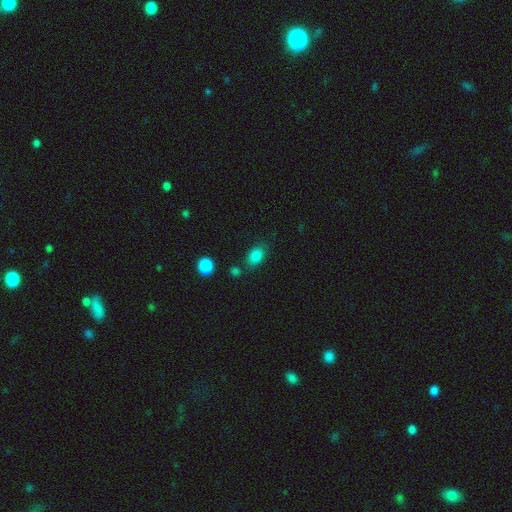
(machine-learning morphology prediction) Smooth or featured? Predicted: smooth (p=0.84). How rounded? Predicted: in between (p=0.79). Merging? Predicted: none (p=0.76).